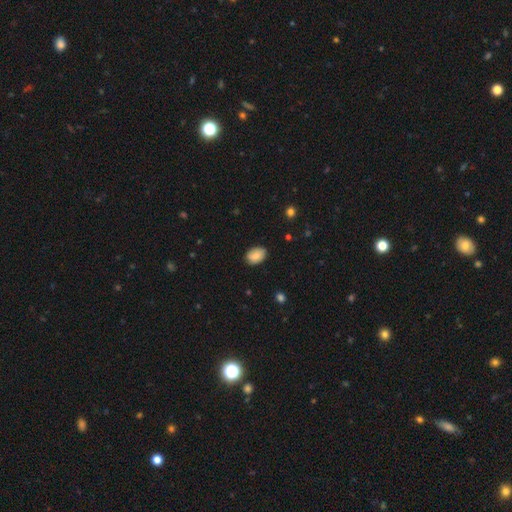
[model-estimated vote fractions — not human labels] smooth-or-featured: smooth: 83% | featured or disk: 10% | star or artifact: 7%
  how-rounded: in between: 78% | round: 21% | cigar-shaped: 1%
  merging: none: 84% | minor disturbance: 13% | major disturbance: 2% | merger: 1%